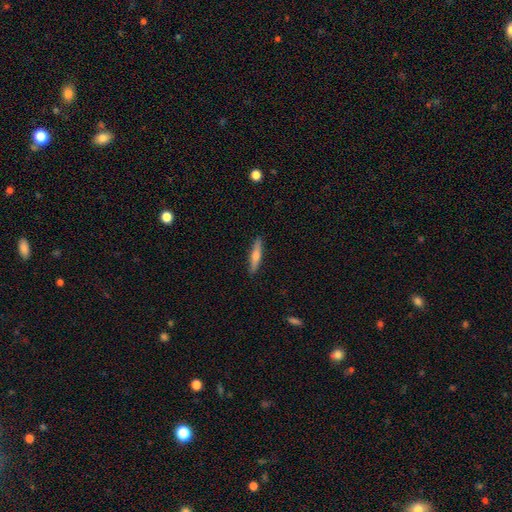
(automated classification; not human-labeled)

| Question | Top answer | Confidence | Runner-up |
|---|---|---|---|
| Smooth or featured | featured or disk | 48% | smooth (46%) |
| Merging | none | 90% | minor disturbance (7%) |